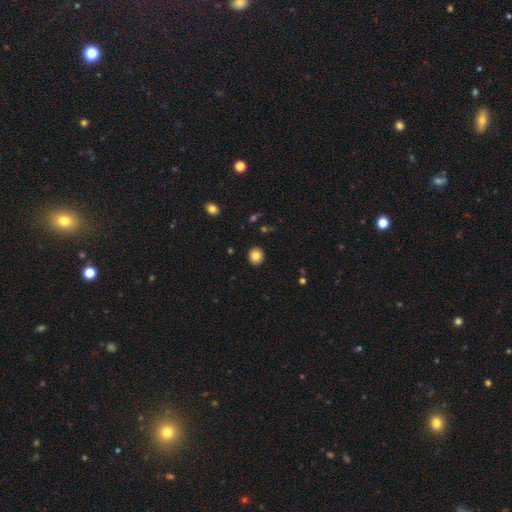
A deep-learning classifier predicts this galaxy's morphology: smooth-or-featured: smooth: 83% | star or artifact: 10% | featured or disk: 7%
  how-rounded: round: 84% | in between: 15% | cigar-shaped: 1%
  merging: none: 92% | minor disturbance: 5% | major disturbance: 2% | merger: 1%